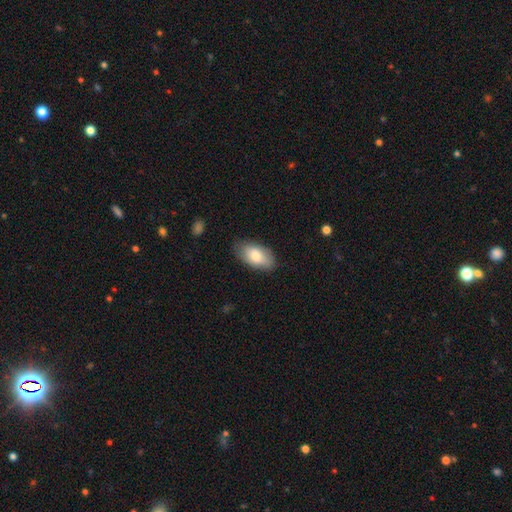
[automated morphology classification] A smooth galaxy with no disk features (79%) that is in between round and cigar-shaped (93%). Merging: none (79%).